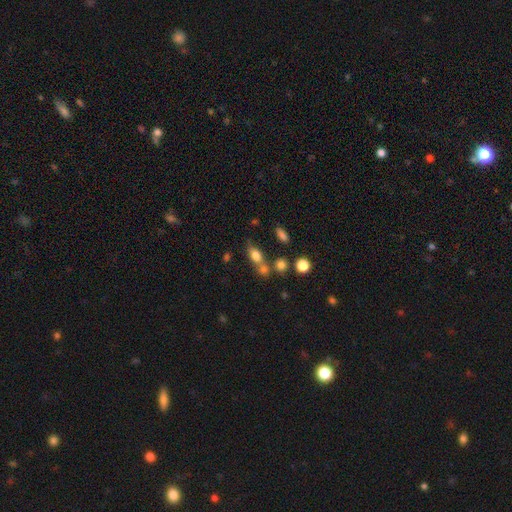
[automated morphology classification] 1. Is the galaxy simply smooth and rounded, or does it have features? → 73% smooth, 14% featured or disk, 12% star or artifact.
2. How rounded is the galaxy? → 71% in between, 19% round, 9% cigar-shaped.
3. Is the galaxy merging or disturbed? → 50% none, 31% merger, 13% minor disturbance, 6% major disturbance.